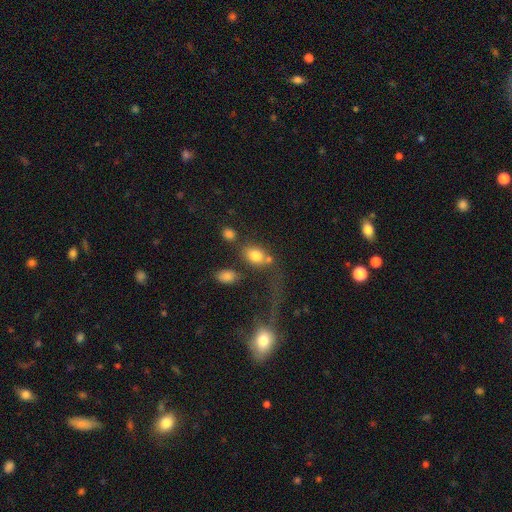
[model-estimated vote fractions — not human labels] The model was most divided on "merging": none: 49%, merger: 23%, minor disturbance: 15%, major disturbance: 14%. More confident: smooth or featured — smooth (78%); how rounded — in between (62%).